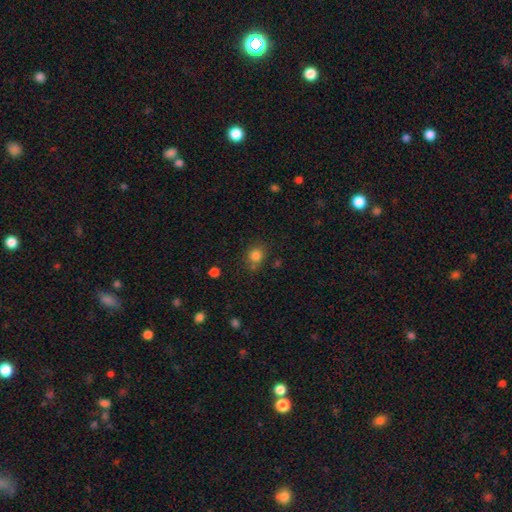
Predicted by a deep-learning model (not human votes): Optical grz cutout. It shows a smooth galaxy with no disk features (81%) that is round (76%). Merging: none (70%).